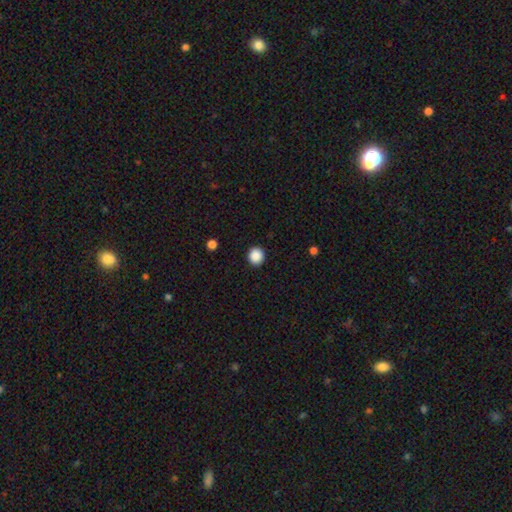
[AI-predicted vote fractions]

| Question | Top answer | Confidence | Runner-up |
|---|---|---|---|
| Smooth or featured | smooth | 89% | star or artifact (9%) |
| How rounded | round | 92% | in between (7%) |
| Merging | none | 93% | minor disturbance (5%) |